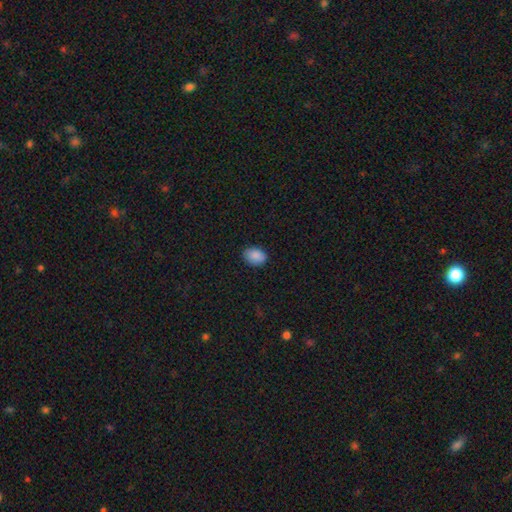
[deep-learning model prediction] This is clearly a smooth galaxy (89%). How rounded: likely in between (73%). Merging: clearly none (84%).